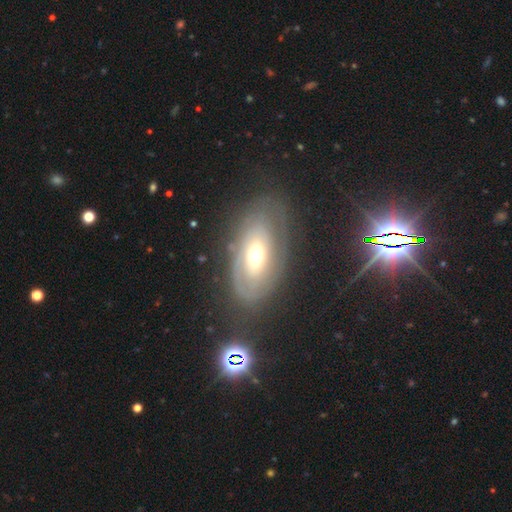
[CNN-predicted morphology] This appears to be a featured or disk galaxy (70%) with no bar (70%), spiral arms (66%) and a moderate central bulge (67%). Merging: none (71%).